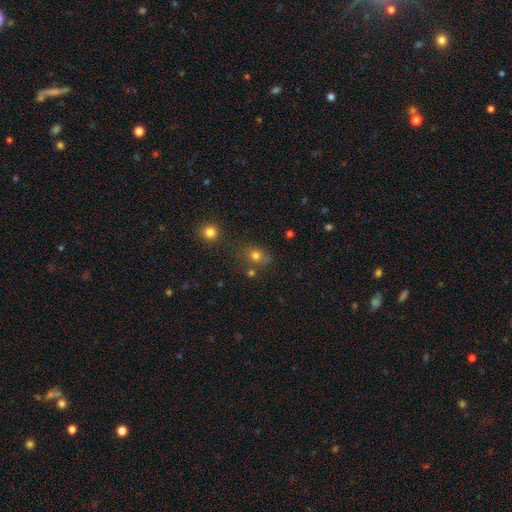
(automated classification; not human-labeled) Smooth or featured?
  - smooth: 75% *
  - star or artifact: 16%
  - featured or disk: 9%
How rounded?
  - round: 58% *
  - in between: 40%
  - cigar-shaped: 1%
Merging?
  - none: 62% *
  - minor disturbance: 17%
  - merger: 14%
  - major disturbance: 7%